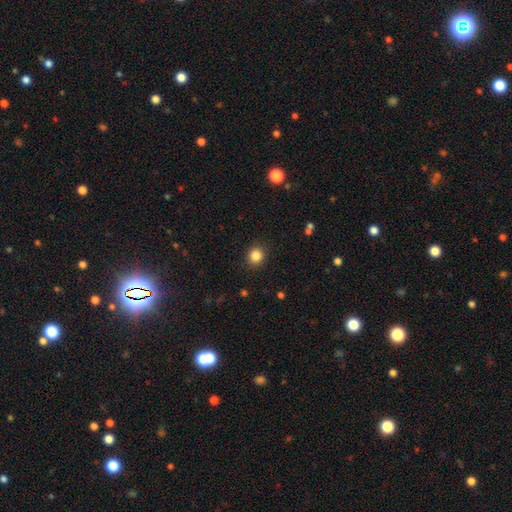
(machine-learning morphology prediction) This appears to be a smooth galaxy with no disk features (85%) that is round (86%). Merging: none (90%).